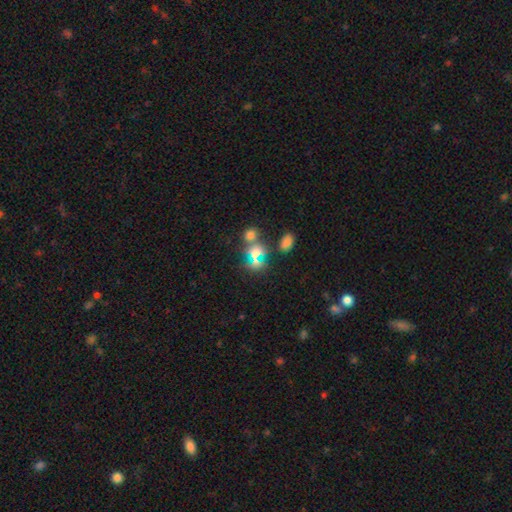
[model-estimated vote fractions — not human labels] A smooth galaxy with no disk features (51%) that is round (54%).

Vote fractions:
- Smooth or featured? smooth: 51% / star or artifact: 37% / featured or disk: 12%
- How rounded? round: 54% / in between: 43% / cigar-shaped: 3%
- Merging? none: 47% / merger: 32% / minor disturbance: 12% / major disturbance: 9%